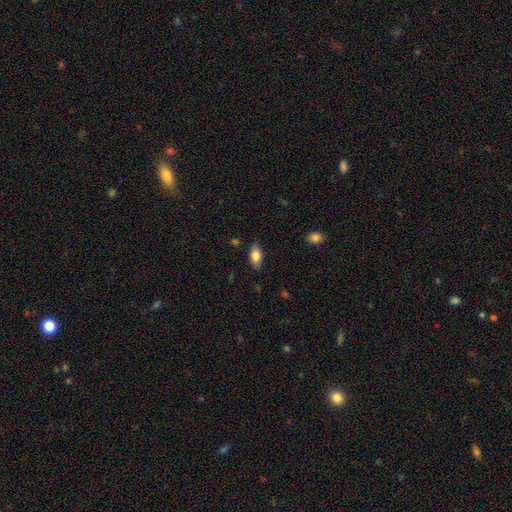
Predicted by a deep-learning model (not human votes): Smooth or featured: smooth — 80% (featured or disk — 13%)
How rounded: in between — 90% (cigar-shaped — 6%)
Merging: none — 84% (minor disturbance — 12%)